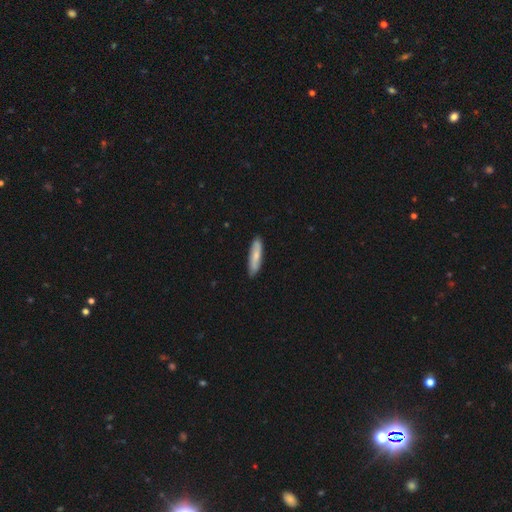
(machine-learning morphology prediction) smooth 73%, featured or disk 22%, star or artifact 5%. Down the decision tree: how rounded — cigar-shaped (79%); merging — none (87%).